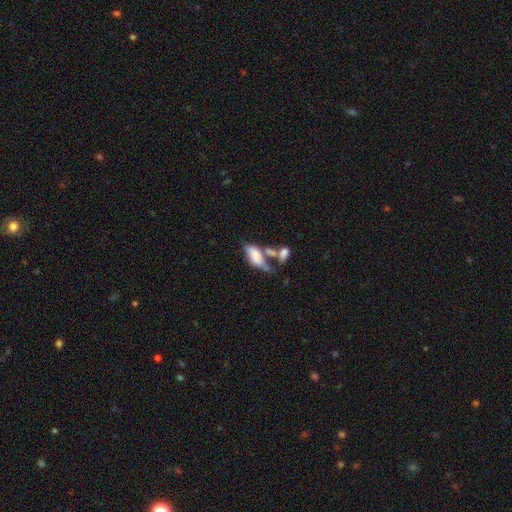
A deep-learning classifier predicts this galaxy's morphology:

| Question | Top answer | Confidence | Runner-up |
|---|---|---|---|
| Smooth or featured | smooth | 66% | featured or disk (25%) |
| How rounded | in between | 88% | cigar-shaped (9%) |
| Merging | merger | 47% | major disturbance (19%) |